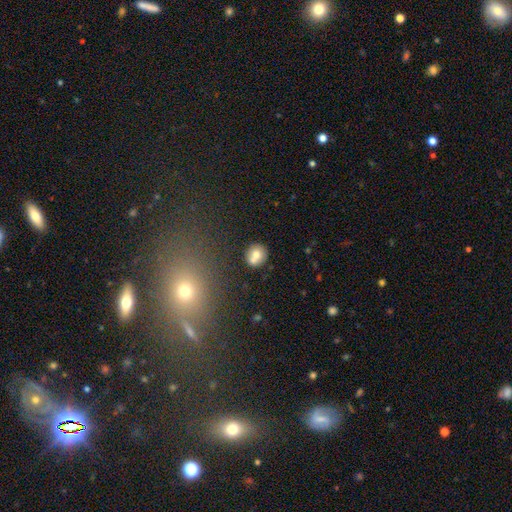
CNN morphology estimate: smooth_or_featured: smooth (p=0.72) [alt: featured or disk p=0.18]
how_rounded: round (p=0.81) [alt: in between p=0.18]
merging: none (p=0.52) [alt: merger p=0.33]